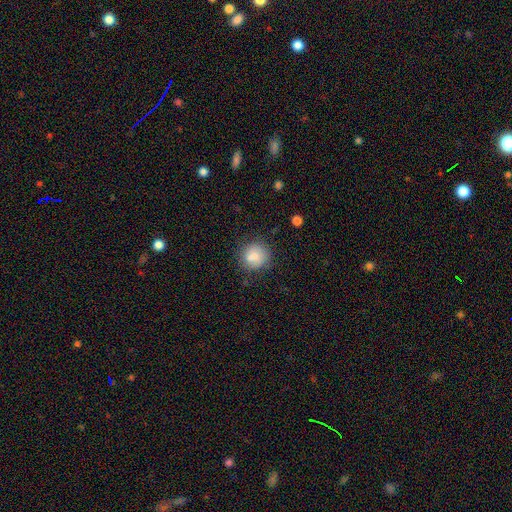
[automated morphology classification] smooth-or-featured: smooth: 77% | featured or disk: 14% | star or artifact: 9%
  how-rounded: round: 88% | in between: 11% | cigar-shaped: 1%
  merging: none: 70% | minor disturbance: 16% | merger: 9% | major disturbance: 5%